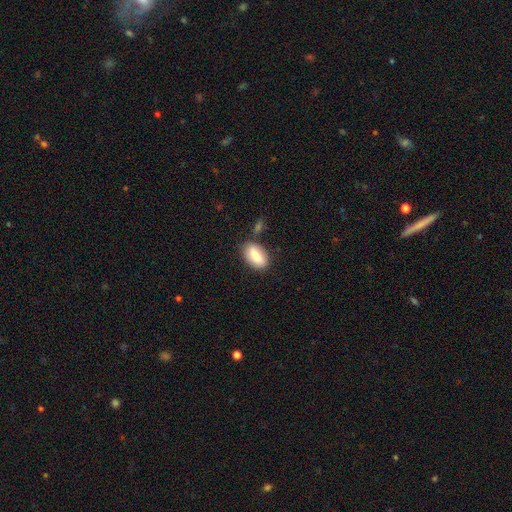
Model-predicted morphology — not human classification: Smooth or featured? smooth (84%)
How rounded? in between (90%)
Merging? none (71%)